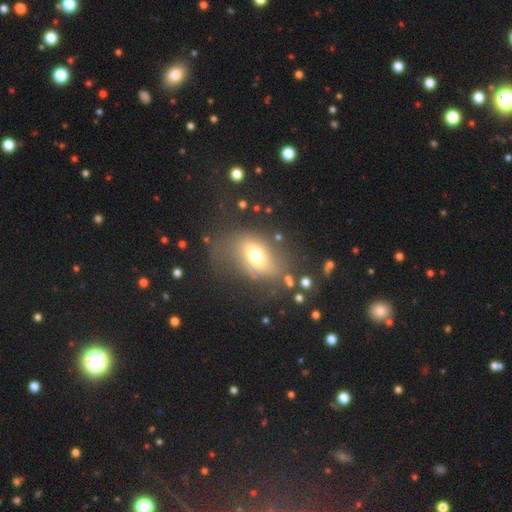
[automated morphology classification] Smooth or featured?
  - smooth: 56% *
  - featured or disk: 33%
  - star or artifact: 12%
How rounded?
  - in between: 76% *
  - round: 19%
  - cigar-shaped: 6%
Merging?
  - none: 48% *
  - major disturbance: 24%
  - minor disturbance: 23%
  - merger: 5%